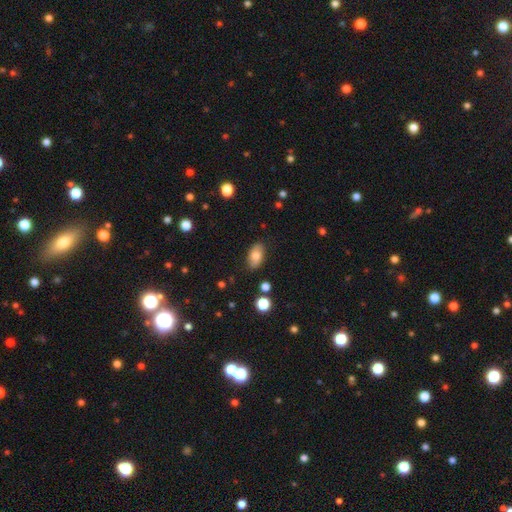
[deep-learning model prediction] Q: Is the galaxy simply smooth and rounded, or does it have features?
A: smooth — 77%.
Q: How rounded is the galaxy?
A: in between — 91%.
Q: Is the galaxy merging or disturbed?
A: none — 85%.